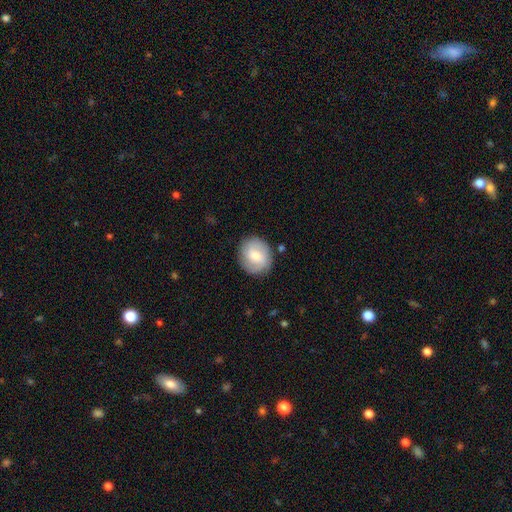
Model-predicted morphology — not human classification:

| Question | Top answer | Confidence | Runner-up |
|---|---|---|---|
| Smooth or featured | smooth | 59% | featured or disk (33%) |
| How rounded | round | 81% | in between (18%) |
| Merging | none | 84% | minor disturbance (11%) |